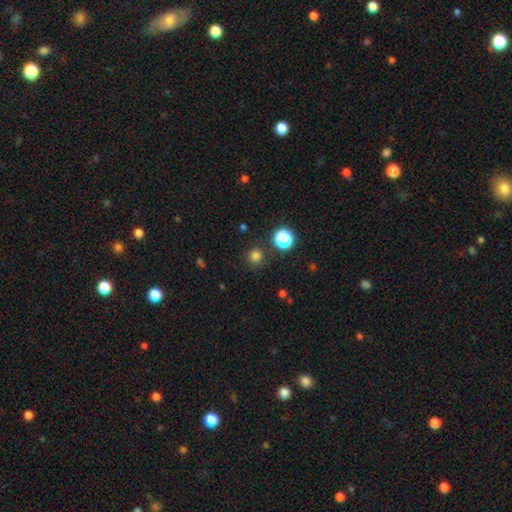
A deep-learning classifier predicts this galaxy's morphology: This is likely a smooth galaxy (77%). How rounded: clearly round (94%). Merging: clearly none (88%).